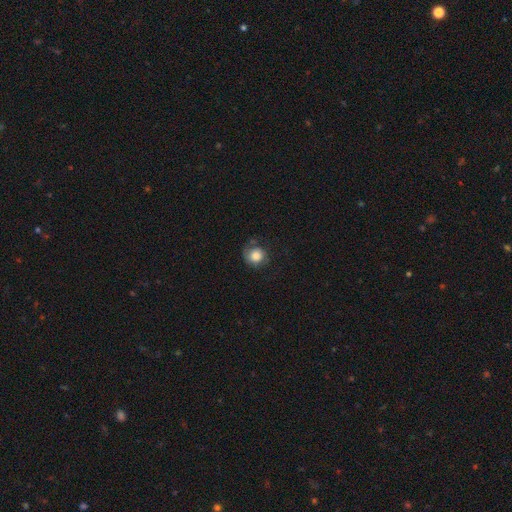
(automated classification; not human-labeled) smooth_or_featured: smooth (p=0.68) [alt: featured or disk p=0.23]
how_rounded: round (p=0.85) [alt: in between p=0.14]
merging: none (p=0.55) [alt: minor disturbance p=0.23]